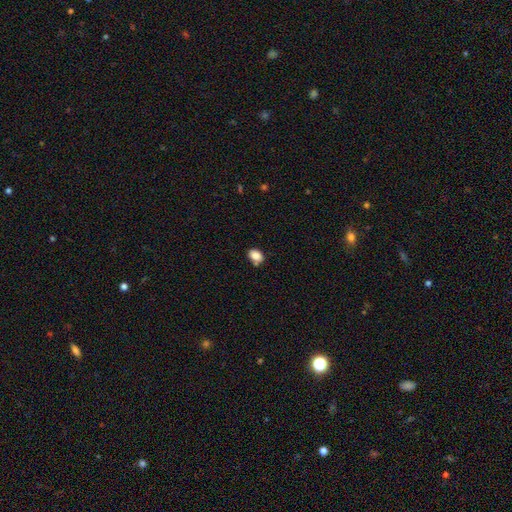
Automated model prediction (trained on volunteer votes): The model was most divided on "how rounded": in between: 70%, round: 29%, cigar-shaped: 1%. More confident: smooth or featured — smooth (85%); merging — none (70%).